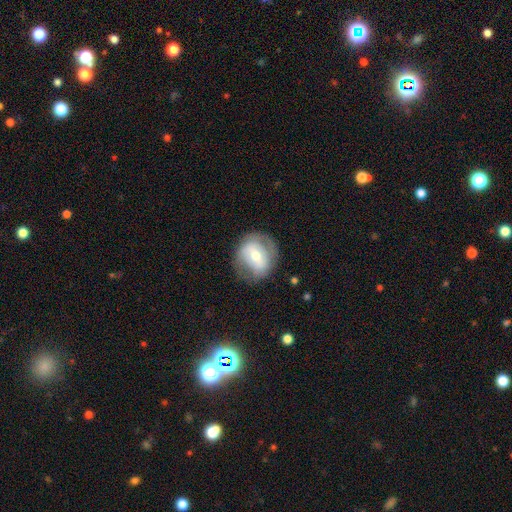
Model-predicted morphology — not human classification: featured or disk 53%, smooth 41%, star or artifact 7%. Down the decision tree: edge-on disk — no (94%); merging — none (72%).